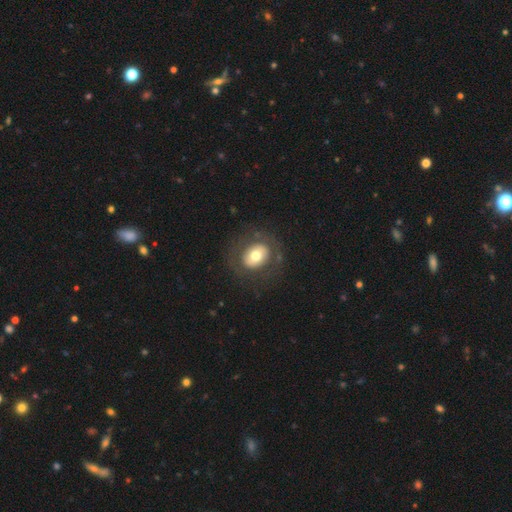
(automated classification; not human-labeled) smooth_or_featured: smooth (p=0.59) [alt: featured or disk p=0.33]
how_rounded: round (p=0.53) [alt: in between p=0.46]
merging: none (p=0.77) [alt: minor disturbance p=0.12]